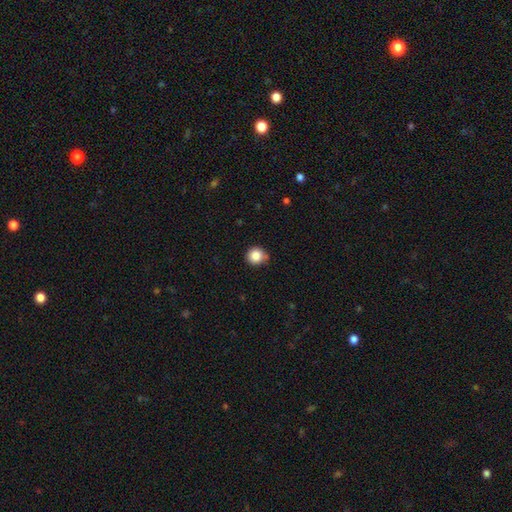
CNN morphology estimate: A smooth galaxy with no disk features (85%) that is round (90%). Merging: none (74%).